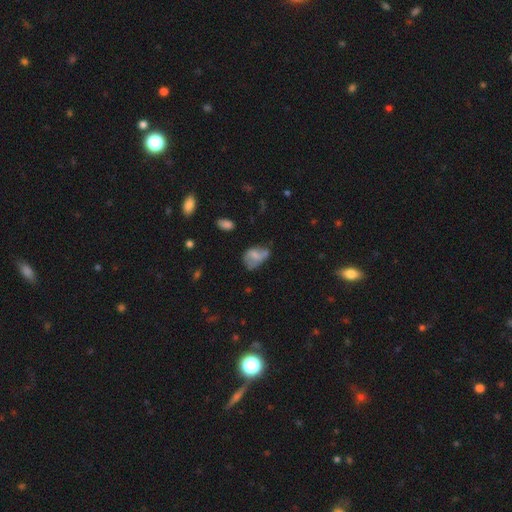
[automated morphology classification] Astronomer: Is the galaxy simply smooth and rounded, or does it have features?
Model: smooth — 57% (runner-up: featured or disk, 34%).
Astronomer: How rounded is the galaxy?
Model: in between — 79%.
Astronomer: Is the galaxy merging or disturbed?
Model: none — 35% (runner-up: minor disturbance, 34%).